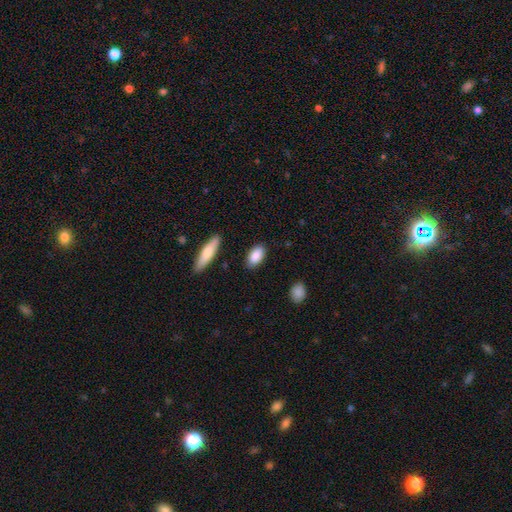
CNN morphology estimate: smooth-or-featured: smooth: 88% | star or artifact: 6% | featured or disk: 6%
  how-rounded: in between: 91% | round: 5% | cigar-shaped: 4%
  merging: none: 86% | minor disturbance: 10% | major disturbance: 2% | merger: 2%